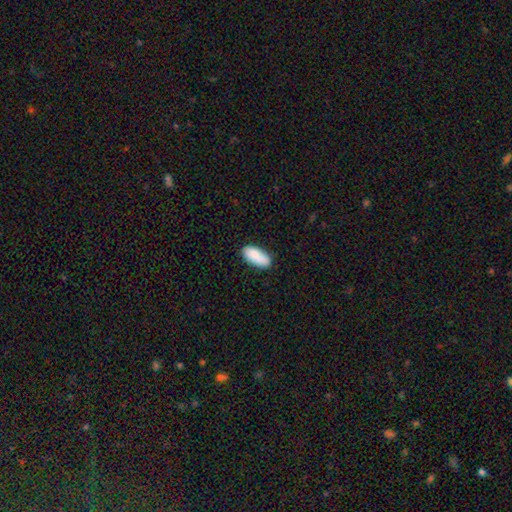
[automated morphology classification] Smooth or featured? Predicted: smooth (p=0.86). How rounded? Predicted: in between (p=0.87). Merging? Predicted: none (p=0.72).